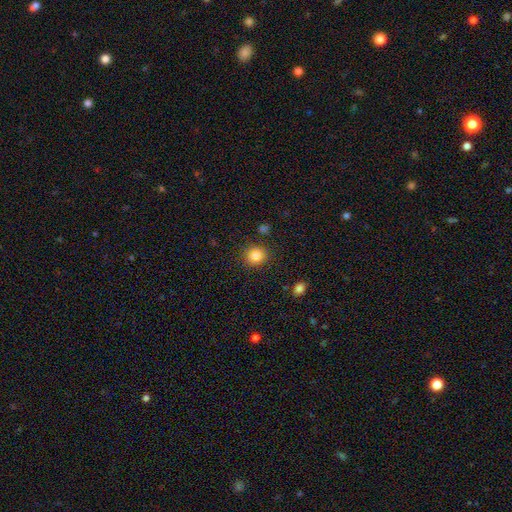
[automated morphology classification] This appears to be a smooth galaxy with no disk features (85%) that is round (83%). Merging: none (85%).